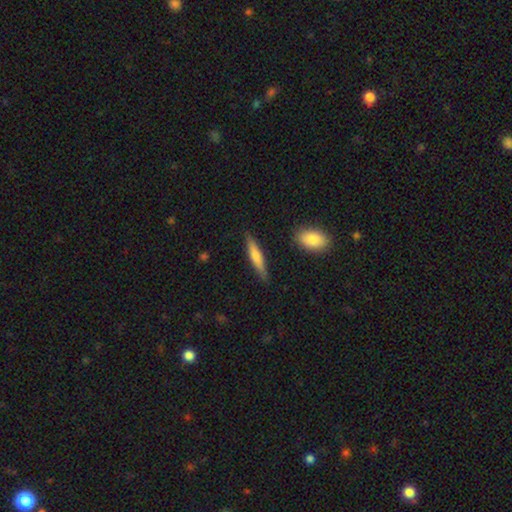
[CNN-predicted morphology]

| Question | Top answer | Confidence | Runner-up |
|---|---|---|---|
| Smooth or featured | smooth | 62% | featured or disk (32%) |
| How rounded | cigar-shaped | 84% | in between (14%) |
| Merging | none | 85% | minor disturbance (11%) |